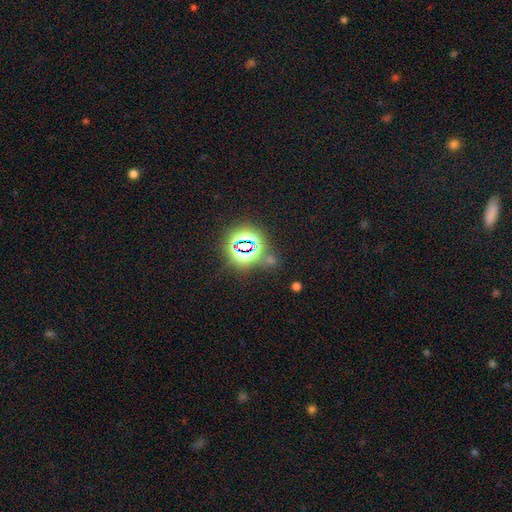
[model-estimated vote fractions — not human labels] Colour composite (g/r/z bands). It shows a star or artifact, not a galaxy (79%).